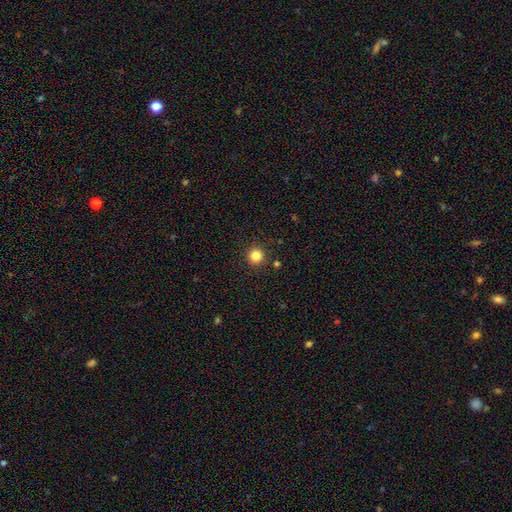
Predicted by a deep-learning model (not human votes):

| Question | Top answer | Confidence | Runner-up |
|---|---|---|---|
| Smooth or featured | smooth | 84% | star or artifact (12%) |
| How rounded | round | 95% | in between (4%) |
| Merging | none | 90% | minor disturbance (6%) |